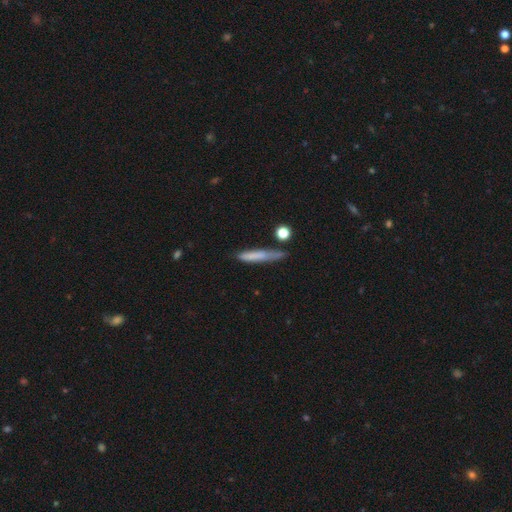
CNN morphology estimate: Overall: smooth (70%). How rounded: cigar-shaped (92%). Merging: none (69%).